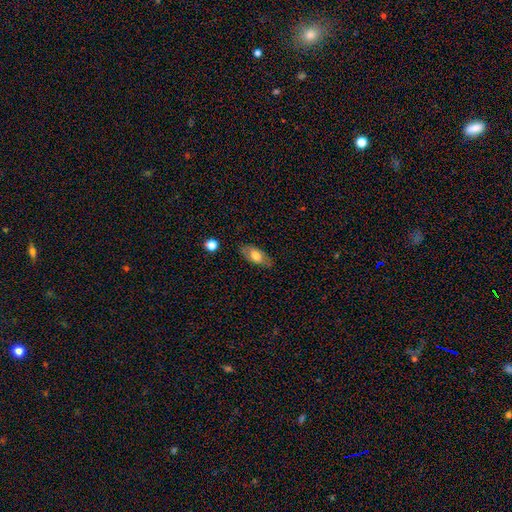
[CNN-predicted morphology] Smooth or featured?
  - smooth: 65% *
  - featured or disk: 28%
  - star or artifact: 7%
How rounded?
  - in between: 90% *
  - cigar-shaped: 6%
  - round: 4%
Merging?
  - none: 78% *
  - minor disturbance: 16%
  - major disturbance: 4%
  - merger: 2%